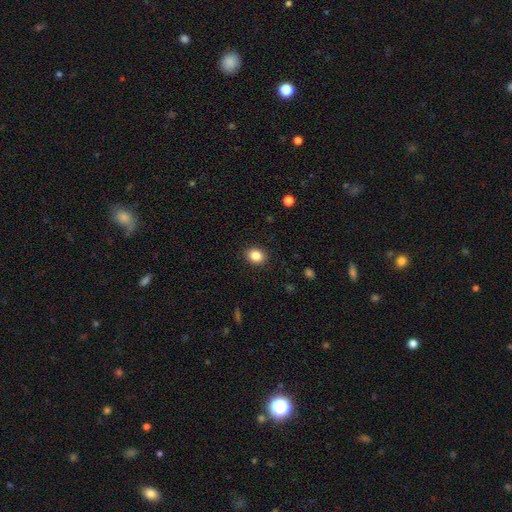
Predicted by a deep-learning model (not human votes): Q: Smooth or featured?
A: smooth (85%); runner-up: star or artifact (10%)
Q: How rounded?
A: round (55%); runner-up: in between (44%)
Q: Merging?
A: none (90%); runner-up: minor disturbance (7%)